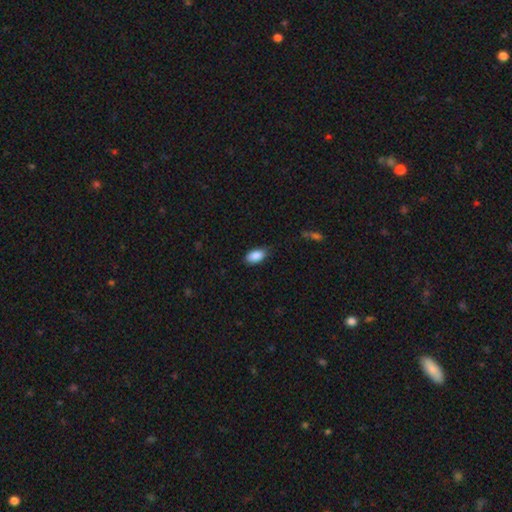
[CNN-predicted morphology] Smooth or featured? Predicted: smooth (p=0.89). How rounded? Predicted: in between (p=0.93). Merging? Predicted: none (p=0.80).